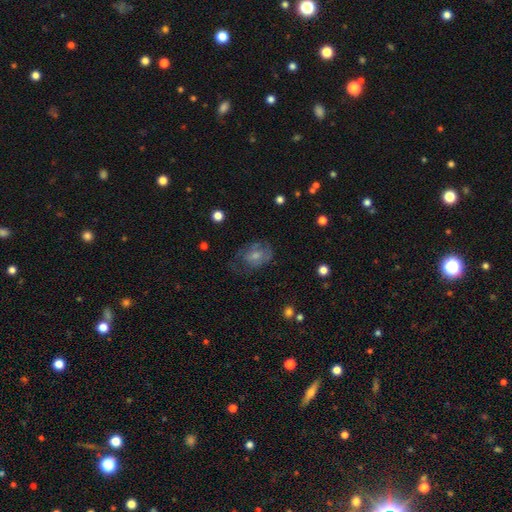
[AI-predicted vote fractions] Q: Smooth or featured?
A: smooth (48%); runner-up: featured or disk (43%)
Q: Merging?
A: none (42%); runner-up: major disturbance (29%)